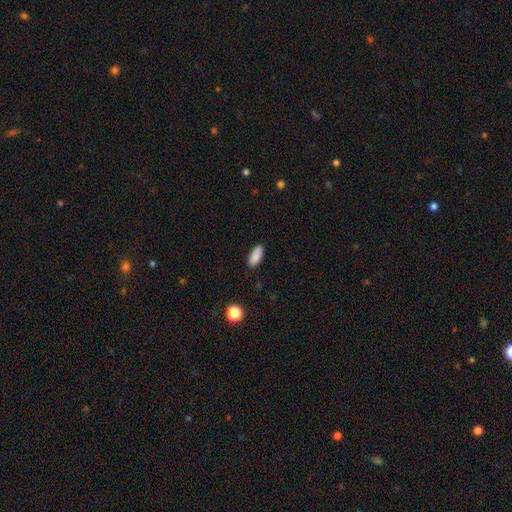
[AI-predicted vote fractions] A smooth galaxy with no disk features (88%) that is in between round and cigar-shaped (80%). Merging: none (87%).